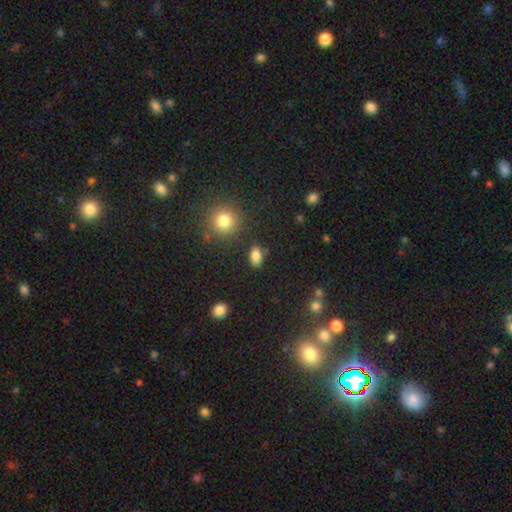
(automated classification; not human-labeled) Morphology: type=smooth (83%); roundness=in between (86%); merging=none (80%).